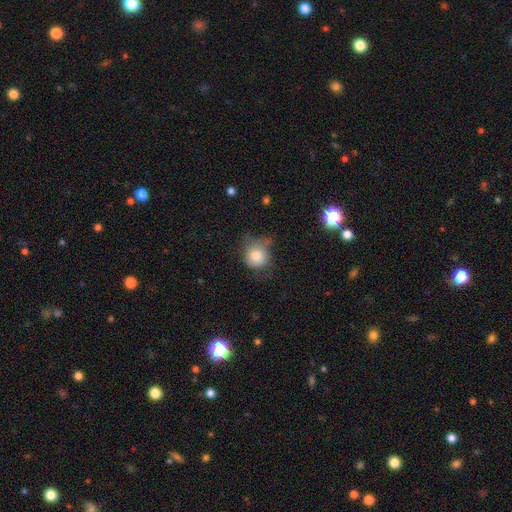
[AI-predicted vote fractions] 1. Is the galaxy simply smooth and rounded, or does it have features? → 78% smooth, 13% featured or disk, 10% star or artifact.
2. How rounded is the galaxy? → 82% round, 17% in between, 1% cigar-shaped.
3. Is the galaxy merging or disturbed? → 47% none, 34% minor disturbance, 15% major disturbance, 4% merger.